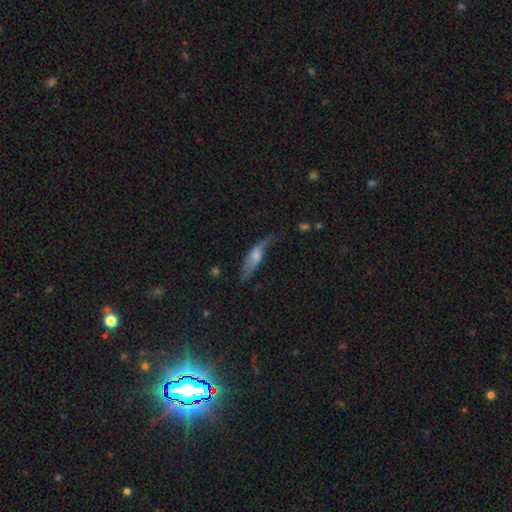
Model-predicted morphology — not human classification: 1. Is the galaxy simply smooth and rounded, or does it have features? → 52% featured or disk, 39% smooth, 8% star or artifact.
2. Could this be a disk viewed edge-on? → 62% yes, 38% no.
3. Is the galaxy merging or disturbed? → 46% none, 30% minor disturbance, 20% major disturbance, 4% merger.